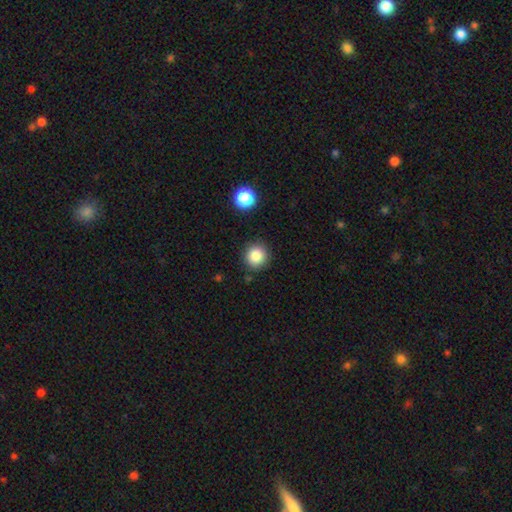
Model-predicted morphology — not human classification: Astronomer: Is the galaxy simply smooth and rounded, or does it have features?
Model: smooth — 85%.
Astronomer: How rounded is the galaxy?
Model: round — 93%.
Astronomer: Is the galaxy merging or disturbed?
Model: none — 87%.